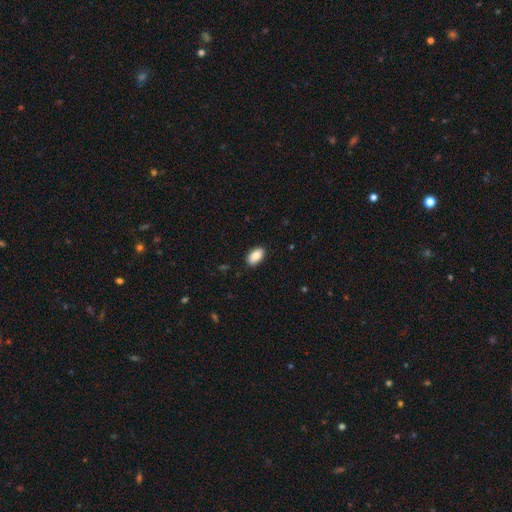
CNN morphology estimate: The model was most divided on "smooth or featured": smooth: 85%, featured or disk: 8%, star or artifact: 7%. More confident: how rounded — in between (94%); merging — none (89%).